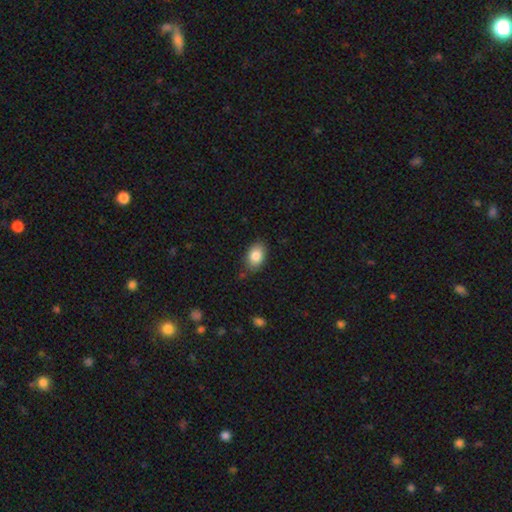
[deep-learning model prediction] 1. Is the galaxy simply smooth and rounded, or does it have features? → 85% smooth, 7% star or artifact, 7% featured or disk.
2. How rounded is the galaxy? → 87% in between, 12% round, 1% cigar-shaped.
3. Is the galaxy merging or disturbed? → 81% none, 15% minor disturbance, 3% major disturbance, 2% merger.